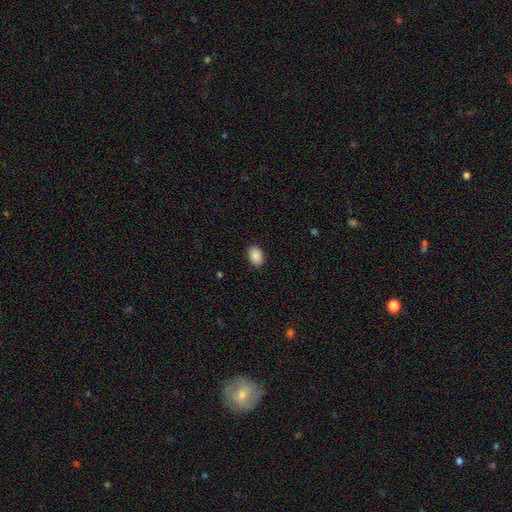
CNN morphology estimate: smooth 89%, star or artifact 7%, featured or disk 3%. Down the decision tree: how rounded — in between (82%); merging — none (89%).